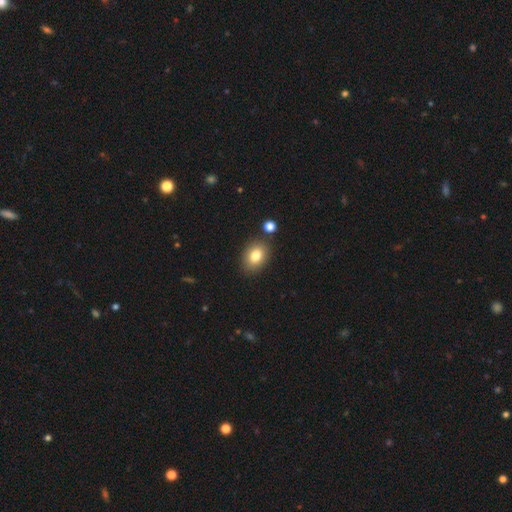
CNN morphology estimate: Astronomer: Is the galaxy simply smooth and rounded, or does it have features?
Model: smooth — 81%.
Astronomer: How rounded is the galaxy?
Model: in between — 70%.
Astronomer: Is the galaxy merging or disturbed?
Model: none — 82%.